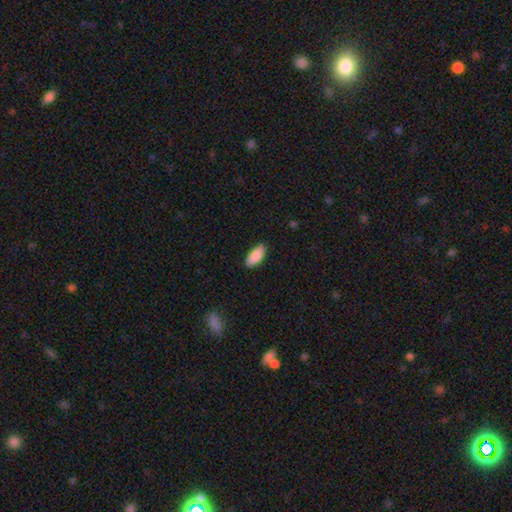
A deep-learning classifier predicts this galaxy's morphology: Smooth or featured? Predicted: smooth (p=0.87). How rounded? Predicted: in between (p=0.87). Merging? Predicted: none (p=0.87).